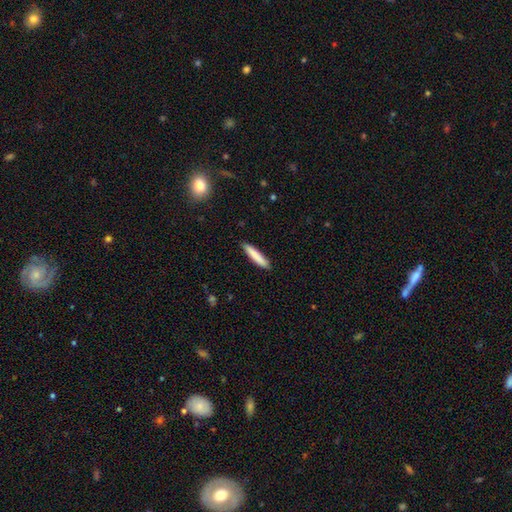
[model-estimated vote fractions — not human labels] This is clearly a smooth galaxy (83%). How rounded: clearly cigar-shaped (90%). Merging: clearly none (87%).